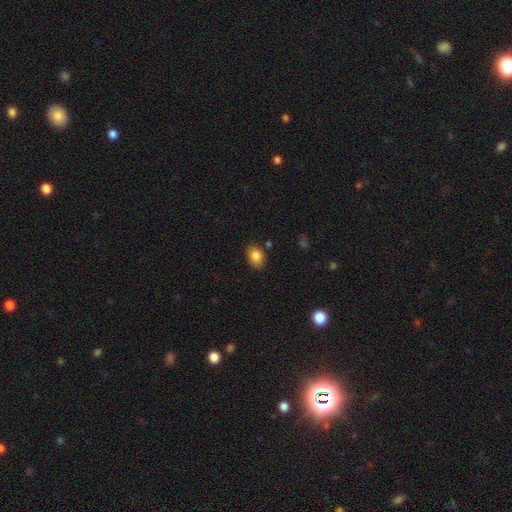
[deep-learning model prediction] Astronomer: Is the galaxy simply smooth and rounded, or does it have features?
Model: smooth — 84%.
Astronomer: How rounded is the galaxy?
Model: in between — 71%.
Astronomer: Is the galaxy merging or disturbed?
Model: none — 84%.